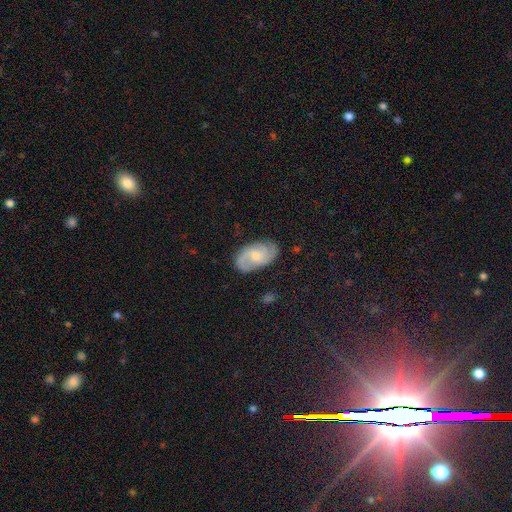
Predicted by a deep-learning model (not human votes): Smooth or featured? Predicted: featured or disk (p=0.75). Edge-on disk? Predicted: no (p=0.97). Bar? Predicted: no (p=0.58). Spiral arms? Predicted: yes (p=0.96). Spiral winding? Predicted: medium (p=0.47). Spiral arm count? Predicted: 2 (p=0.59). Bulge size? Predicted: small (p=0.48). Merging? Predicted: none (p=0.78).